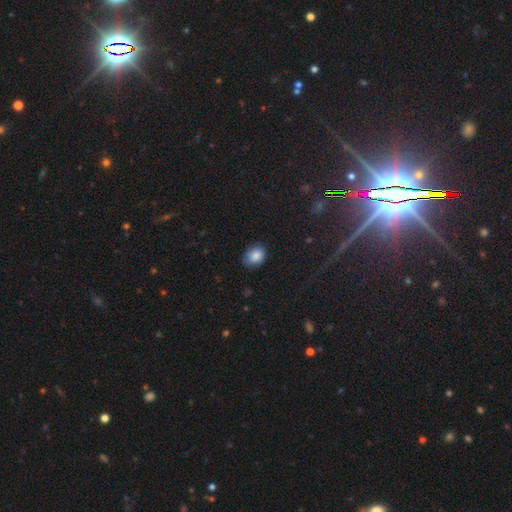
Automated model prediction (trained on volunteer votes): Smooth or featured? smooth (85%)
How rounded? in between (52%)
Merging? none (72%)